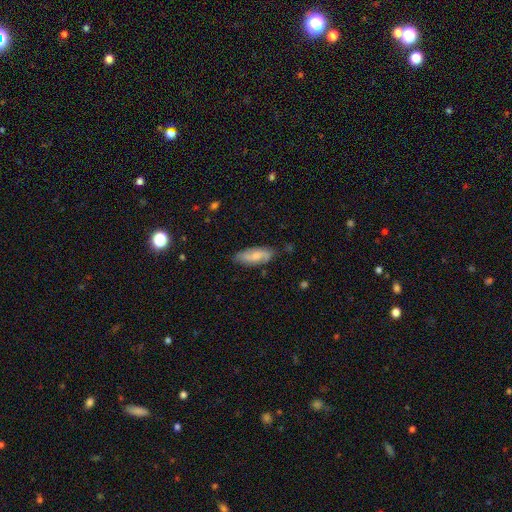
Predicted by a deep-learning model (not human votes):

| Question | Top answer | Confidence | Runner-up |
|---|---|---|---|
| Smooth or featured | featured or disk | 50% | smooth (44%) |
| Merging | none | 76% | minor disturbance (18%) |